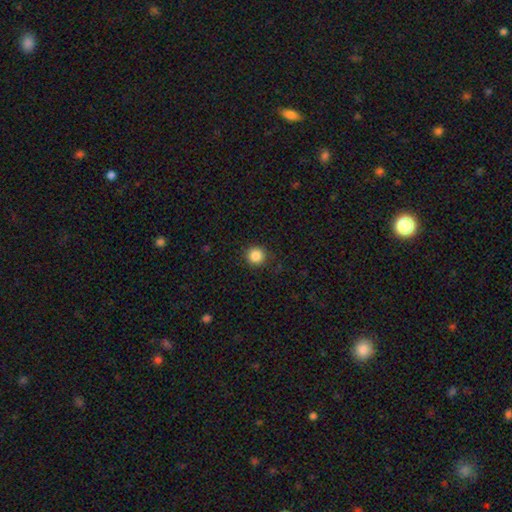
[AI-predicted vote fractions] Morphology: type=smooth (86%); roundness=round (95%); merging=none (89%).